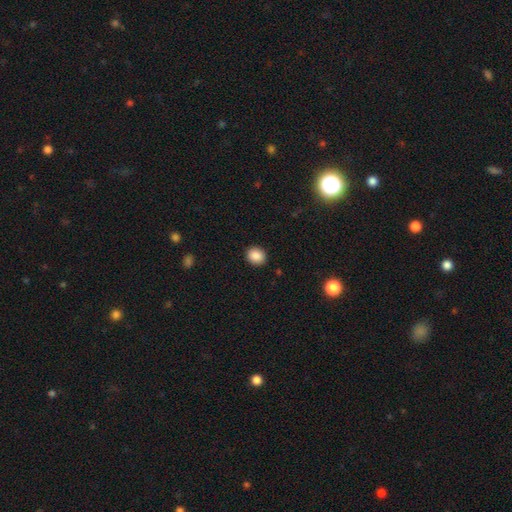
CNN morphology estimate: This appears to be a smooth galaxy with no disk features (88%) that is round (74%). Merging: none (91%).